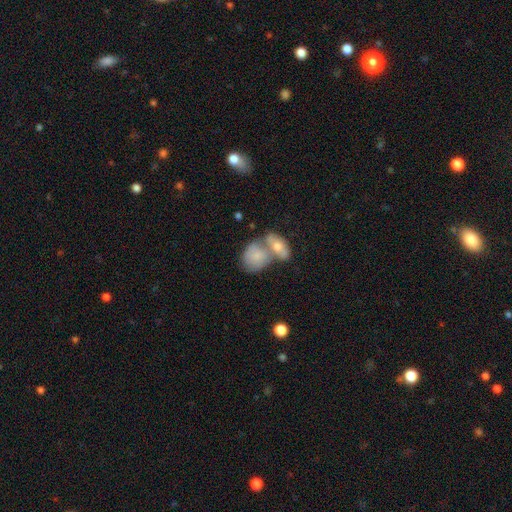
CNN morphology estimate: smooth_or_featured: smooth (p=0.70) [alt: featured or disk p=0.24]
how_rounded: in between (p=0.57) [alt: round p=0.41]
merging: merger (p=0.61) [alt: none p=0.23]